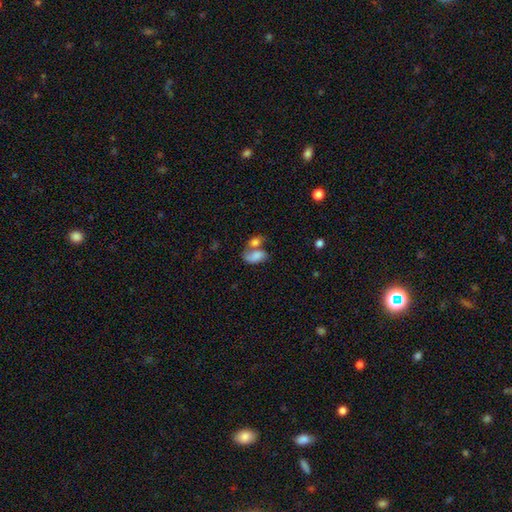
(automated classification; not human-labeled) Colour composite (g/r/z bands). It shows a smooth galaxy with no disk features (73%) that is in between round and cigar-shaped (89%). Merging: merger (59%).